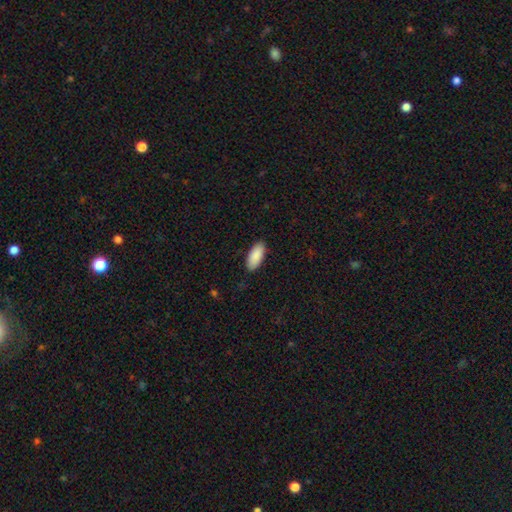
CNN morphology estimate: Overall: smooth (90%). How rounded: in between (89%). Merging: none (88%).